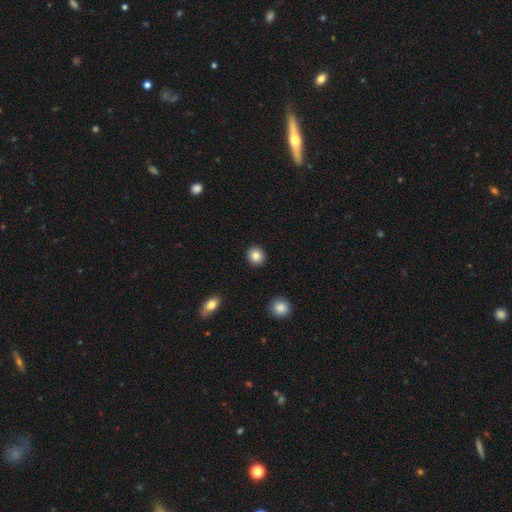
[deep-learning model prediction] Overall: smooth (85%). How rounded: round (86%). Merging: none (92%).